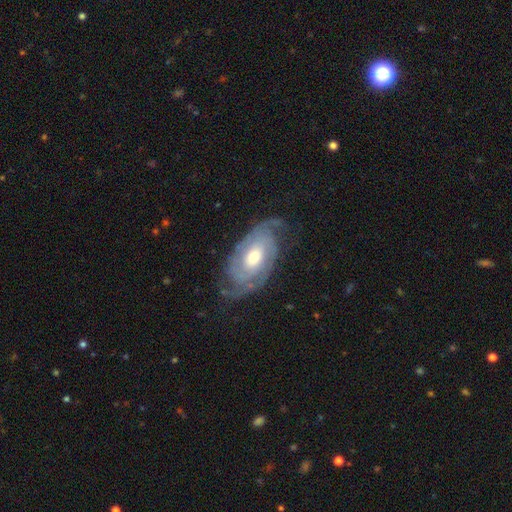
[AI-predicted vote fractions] smooth_or_featured: featured or disk (p=0.89) [alt: smooth p=0.06]
disk_edge_on: no (p=0.96) [alt: yes p=0.04]
bar: no (p=0.63) [alt: weak p=0.28]
has_spiral_arms: yes (p=0.97) [alt: no p=0.03]
spiral_winding: tight (p=0.65) [alt: medium p=0.28]
spiral_arm_count: 2 (p=0.56) [alt: 3 p=0.17]
bulge_size: moderate (p=0.72) [alt: small p=0.17]
merging: none (p=0.75) [alt: minor disturbance p=0.17]